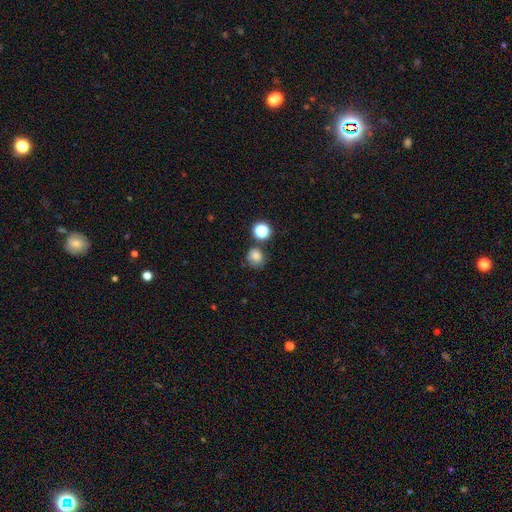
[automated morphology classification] type=smooth (77%); roundness=round (80%); merging=none (66%).